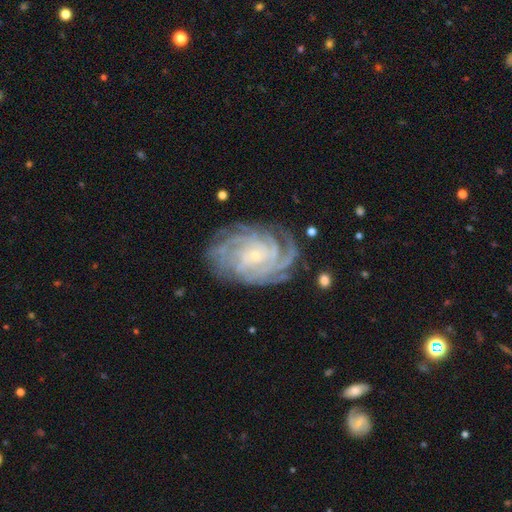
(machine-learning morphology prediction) featured or disk 90%, star or artifact 6%, smooth 5%. Down the decision tree: edge-on disk — no (98%); bar — no (73%); spiral arms — yes (98%); spiral arm count — 4 (30%); spiral winding — tight (79%); bulge size — small (84%); merging — none (78%).